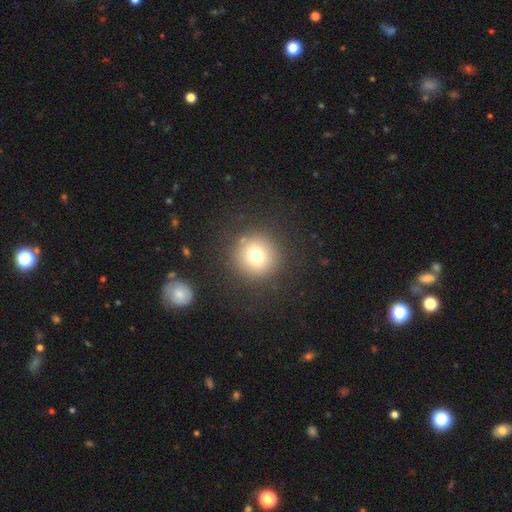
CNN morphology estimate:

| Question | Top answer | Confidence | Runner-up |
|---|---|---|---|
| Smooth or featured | smooth | 74% | star or artifact (15%) |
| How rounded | round | 94% | in between (5%) |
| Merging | none | 87% | minor disturbance (7%) |